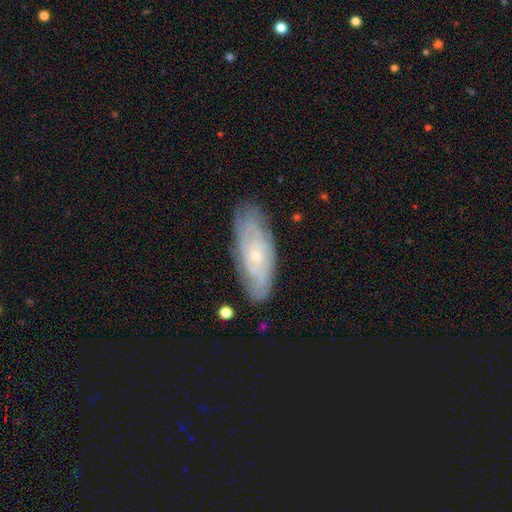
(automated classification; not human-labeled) featured or disk 72%, smooth 21%, star or artifact 7%. Down the decision tree: edge-on disk — no (85%); bar — no (79%); spiral arms — yes (86%); spiral arm count — can't tell (60%); spiral winding — tight (72%); bulge size — small (75%); merging — none (78%).